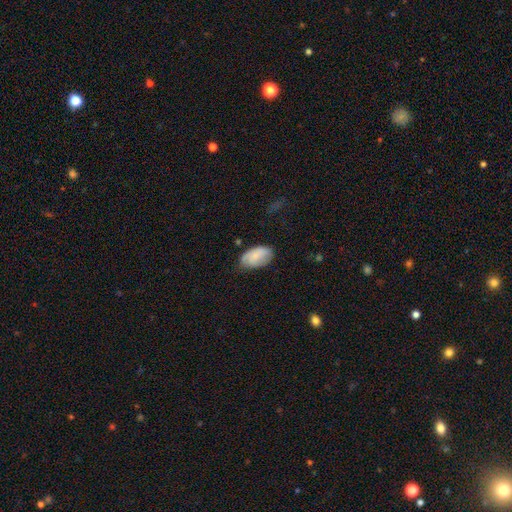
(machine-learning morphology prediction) Smooth or featured? smooth (75%)
How rounded? in between (94%)
Merging? none (63%)